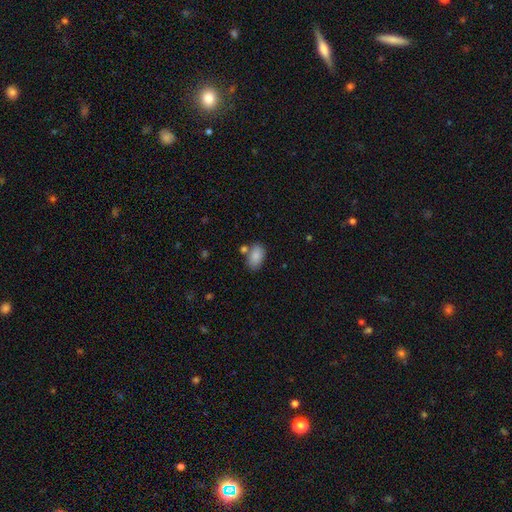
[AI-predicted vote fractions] smooth_or_featured: smooth (p=0.87) [alt: star or artifact p=0.08]
how_rounded: in between (p=0.91) [alt: round p=0.07]
merging: none (p=0.70) [alt: minor disturbance p=0.14]